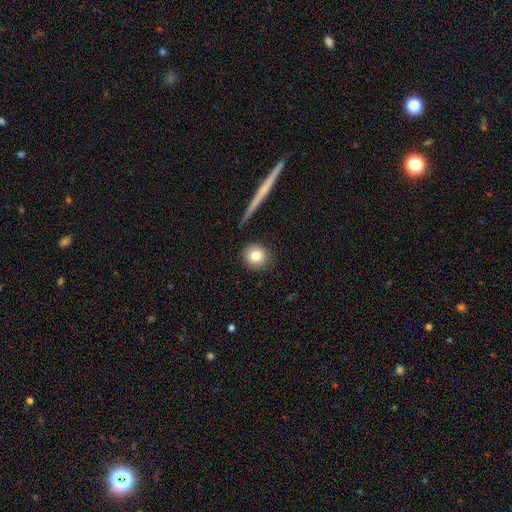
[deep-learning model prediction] Q: Smooth or featured?
A: smooth (80%); runner-up: featured or disk (11%)
Q: How rounded?
A: round (89%); runner-up: in between (9%)
Q: Merging?
A: none (88%); runner-up: minor disturbance (7%)